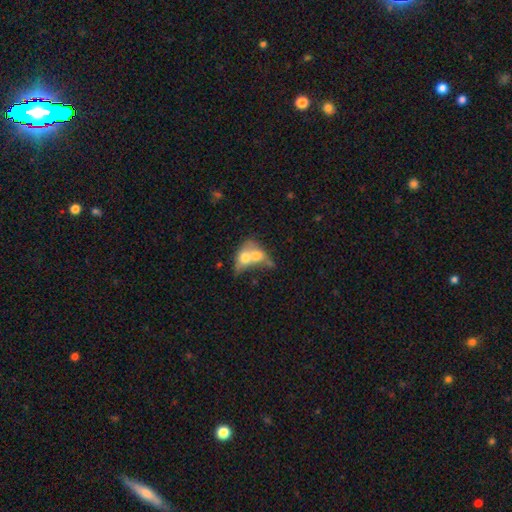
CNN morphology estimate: smooth 60%, featured or disk 31%, star or artifact 8%. Down the decision tree: how rounded — in between (62%); merging — merger (80%).